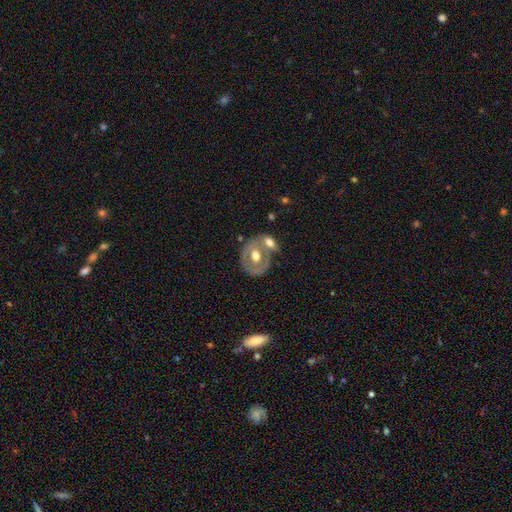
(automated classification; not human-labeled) This is possibly a featured or disk galaxy (56%). It is clearly not viewed edge-on (93%). Bar: likely no (80%). Spiral arm pattern: clearly no (83%). Central bulge: likely moderate (73%). Merging: possibly none (47%).